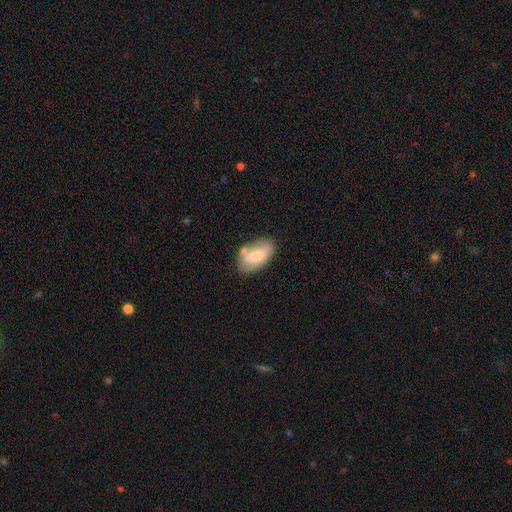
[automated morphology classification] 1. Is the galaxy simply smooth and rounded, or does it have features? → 62% smooth, 31% featured or disk, 7% star or artifact.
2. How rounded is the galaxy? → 92% in between, 5% round, 4% cigar-shaped.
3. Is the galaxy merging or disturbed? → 61% none, 20% minor disturbance, 14% merger, 5% major disturbance.